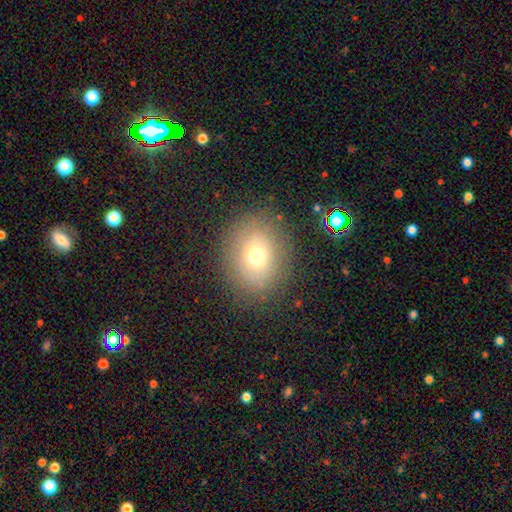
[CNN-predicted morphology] type=smooth (66%); roundness=round (60%); merging=none (82%).